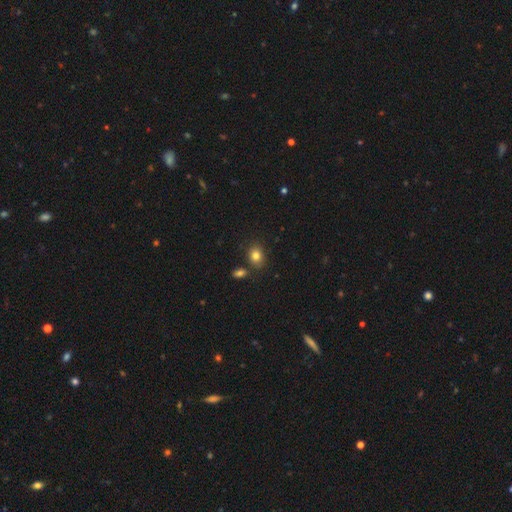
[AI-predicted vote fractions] Q: Smooth or featured?
A: smooth (82%); runner-up: star or artifact (11%)
Q: How rounded?
A: in between (52%); runner-up: round (47%)
Q: Merging?
A: none (77%); runner-up: minor disturbance (11%)